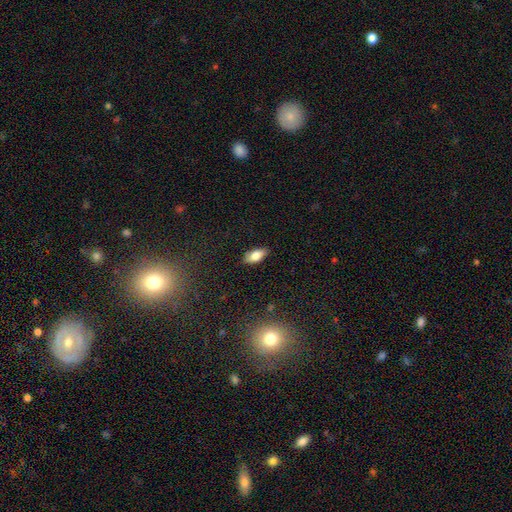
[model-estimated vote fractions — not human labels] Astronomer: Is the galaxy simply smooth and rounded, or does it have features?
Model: smooth — 77%.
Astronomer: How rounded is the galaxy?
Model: in between — 86%.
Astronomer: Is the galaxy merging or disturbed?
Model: none — 85%.